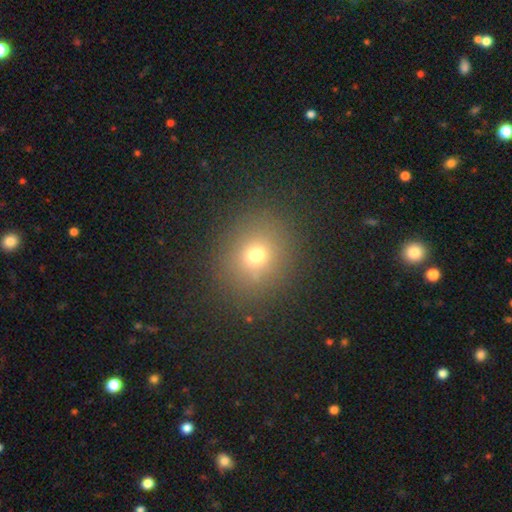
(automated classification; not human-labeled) This appears to be a smooth galaxy with no disk features (70%) that is round (78%). Merging: none (86%).